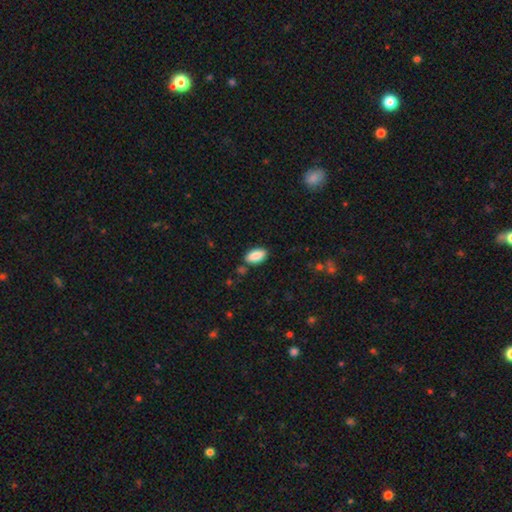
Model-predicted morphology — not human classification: A smooth galaxy with no disk features (88%) that is in between round and cigar-shaped (92%).

Vote fractions:
- Smooth or featured? smooth: 88% / star or artifact: 7% / featured or disk: 5%
- How rounded? in between: 92% / cigar-shaped: 5% / round: 3%
- Merging? none: 83% / minor disturbance: 11% / merger: 3% / major disturbance: 2%